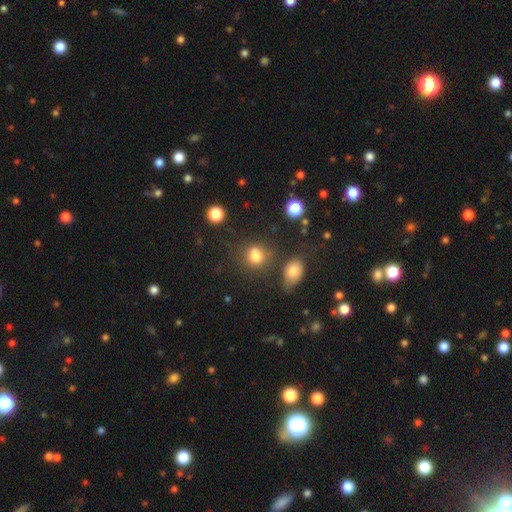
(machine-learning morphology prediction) Overall: smooth (78%). How rounded: round (71%). Merging: none (63%).